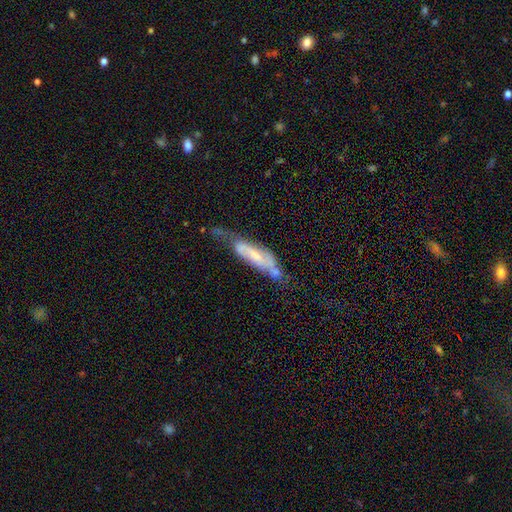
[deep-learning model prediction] A featured or disk galaxy (59%). Merging: minor disturbance (31%).